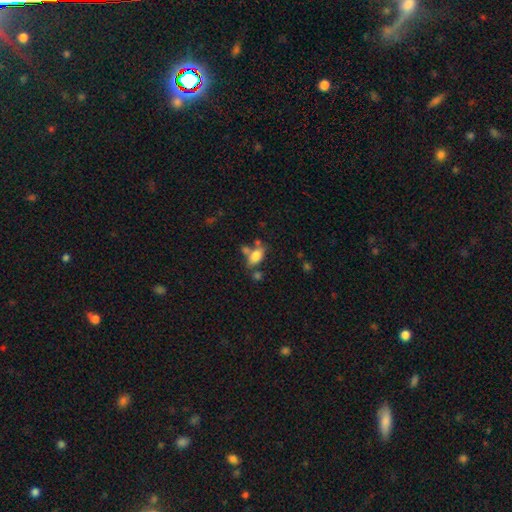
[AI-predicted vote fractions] Q: Smooth or featured?
A: smooth (78%); runner-up: featured or disk (14%)
Q: How rounded?
A: in between (88%); runner-up: round (6%)
Q: Merging?
A: none (55%); runner-up: merger (22%)